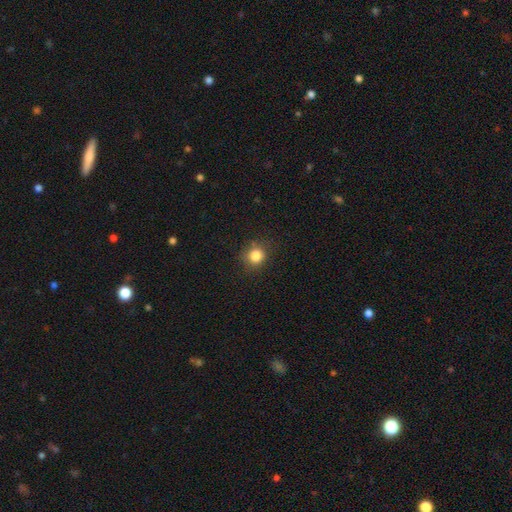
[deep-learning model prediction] A smooth galaxy with no disk features (83%) that is round (86%).

Vote fractions:
- Smooth or featured? smooth: 83% / star or artifact: 12% / featured or disk: 5%
- How rounded? round: 86% / in between: 13% / cigar-shaped: 1%
- Merging? none: 85% / minor disturbance: 11% / major disturbance: 3% / merger: 2%